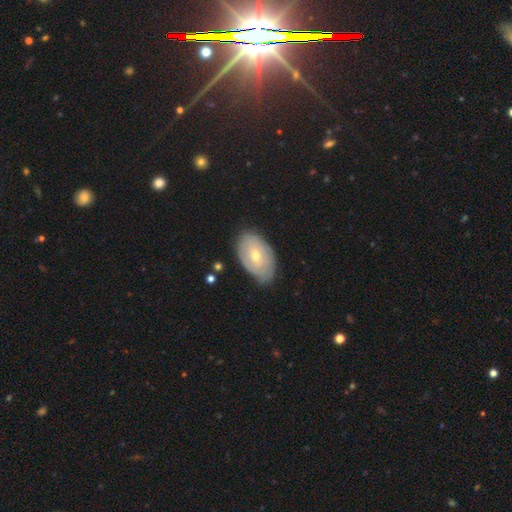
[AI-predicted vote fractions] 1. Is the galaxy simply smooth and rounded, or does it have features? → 55% featured or disk, 38% smooth, 7% star or artifact.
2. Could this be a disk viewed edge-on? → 92% no, 8% yes.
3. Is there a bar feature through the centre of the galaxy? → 61% no, 31% weak, 8% strong.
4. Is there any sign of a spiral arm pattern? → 55% yes, 45% no.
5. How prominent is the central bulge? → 49% moderate, 48% small, 1% large, 1% none, 1% dominant.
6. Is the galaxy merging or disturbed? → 75% none, 20% minor disturbance, 4% major disturbance, 1% merger.